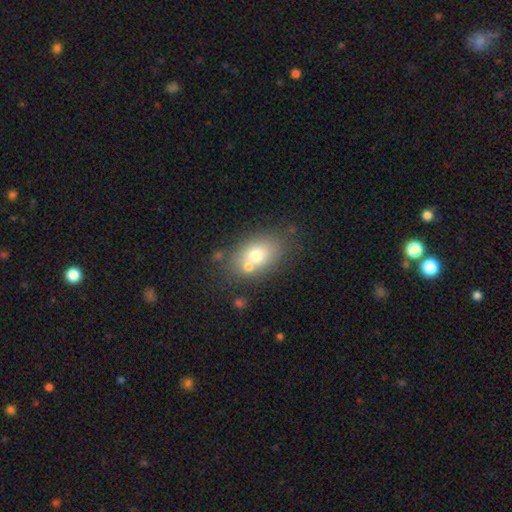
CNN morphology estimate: Smooth or featured: smooth — 69% (featured or disk — 20%)
How rounded: in between — 78% (round — 20%)
Merging: none — 58% (merger — 24%)